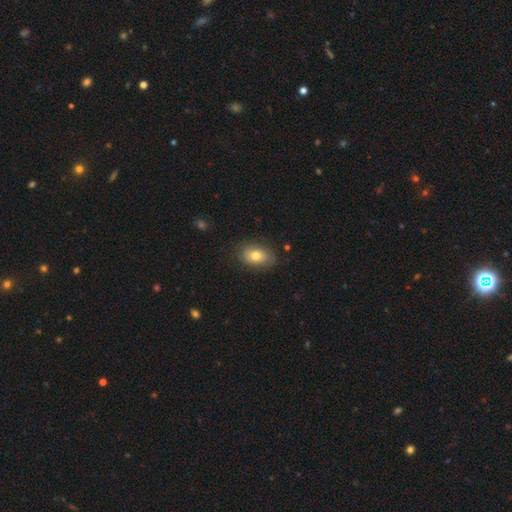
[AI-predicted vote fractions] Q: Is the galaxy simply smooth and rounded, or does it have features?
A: smooth — 76%.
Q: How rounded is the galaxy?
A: in between — 83%.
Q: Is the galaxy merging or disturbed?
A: none — 81%.